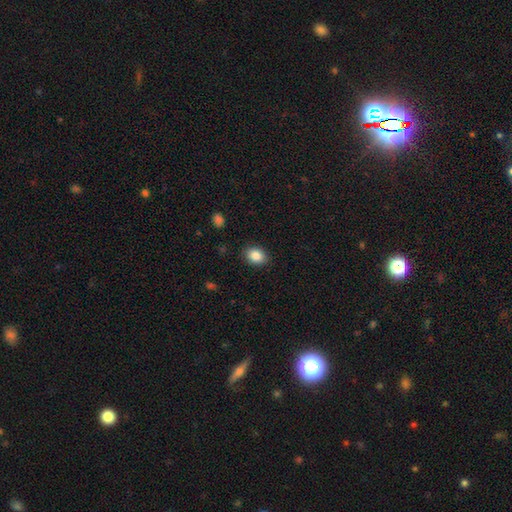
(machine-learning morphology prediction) Smooth or featured? smooth (86%)
How rounded? in between (66%)
Merging? none (89%)